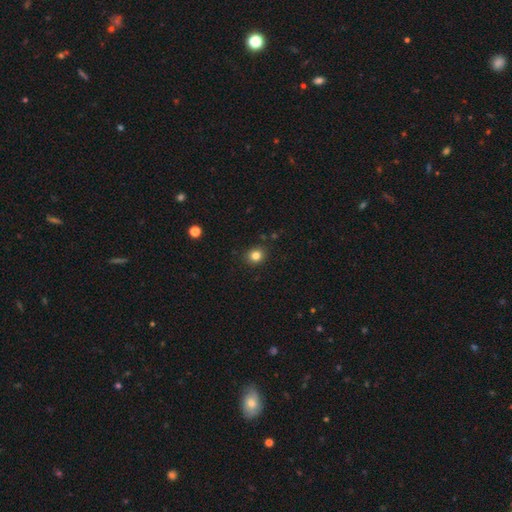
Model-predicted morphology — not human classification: Overall: smooth (82%). How rounded: round (80%). Merging: none (90%).